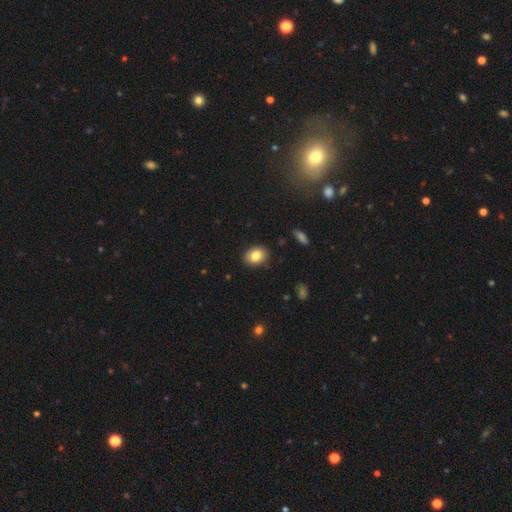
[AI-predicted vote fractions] Smooth or featured? Predicted: smooth (p=0.82). How rounded? Predicted: in between (p=0.65). Merging? Predicted: none (p=0.87).